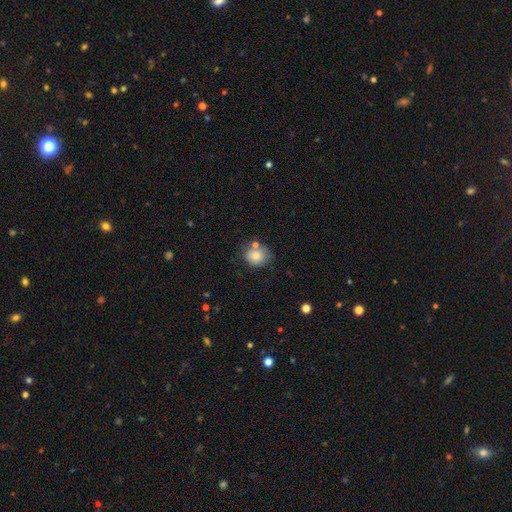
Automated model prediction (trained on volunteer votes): Smooth or featured? smooth (80%)
How rounded? round (72%)
Merging? none (61%)